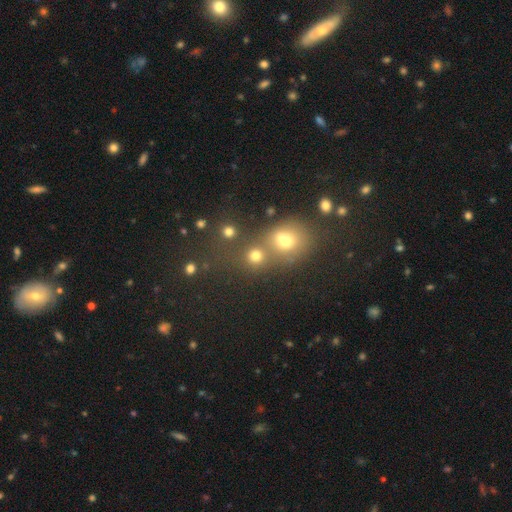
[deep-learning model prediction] smooth-or-featured: smooth: 75% | star or artifact: 17% | featured or disk: 8%
  how-rounded: round: 85% | in between: 14% | cigar-shaped: 1%
  merging: none: 56% | merger: 33% | minor disturbance: 7% | major disturbance: 4%